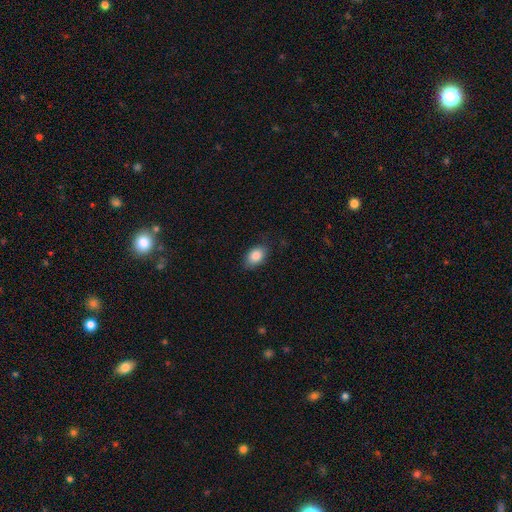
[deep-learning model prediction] Smooth or featured: smooth — 86% (star or artifact — 8%)
How rounded: in between — 86% (round — 12%)
Merging: none — 81% (minor disturbance — 15%)